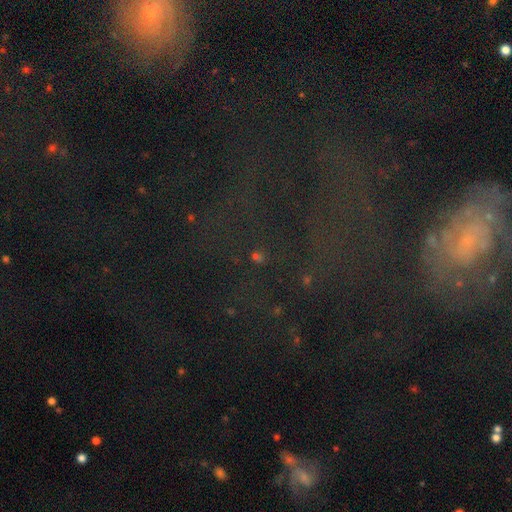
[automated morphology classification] type=star or artifact (64%).